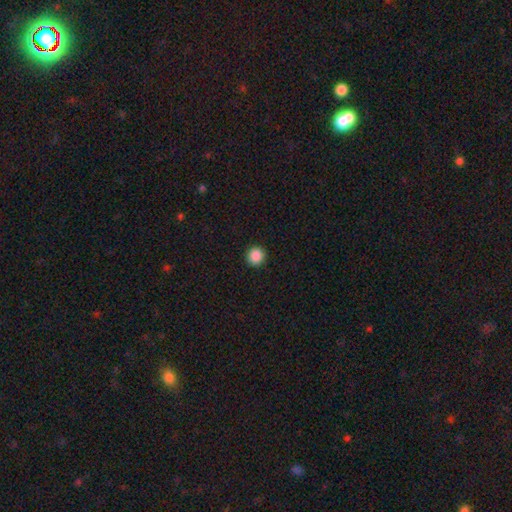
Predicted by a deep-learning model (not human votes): The model was most divided on "smooth or featured": smooth: 88%, star or artifact: 9%, featured or disk: 2%. More confident: how rounded — round (95%); merging — none (92%).